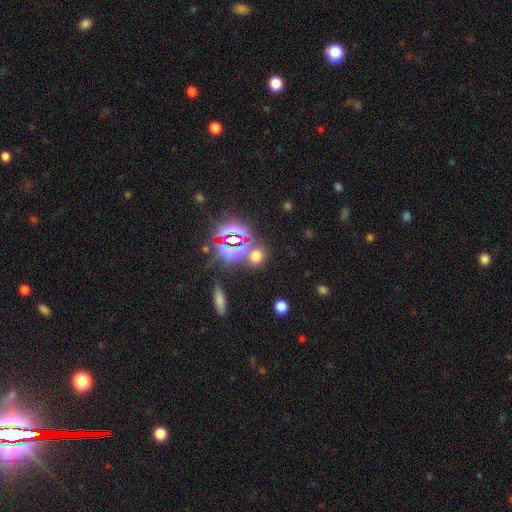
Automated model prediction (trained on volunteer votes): Overall: smooth (55%; star or artifact 39%). How rounded: round (69%). Merging: none (75%).